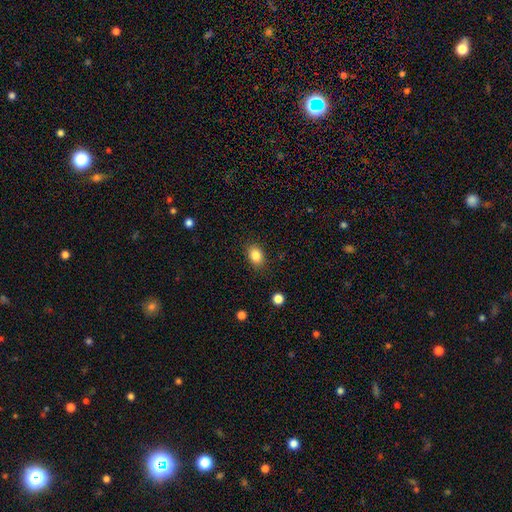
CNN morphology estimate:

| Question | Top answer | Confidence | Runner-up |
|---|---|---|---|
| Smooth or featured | smooth | 85% | star or artifact (9%) |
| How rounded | in between | 72% | round (27%) |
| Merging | none | 86% | minor disturbance (10%) |